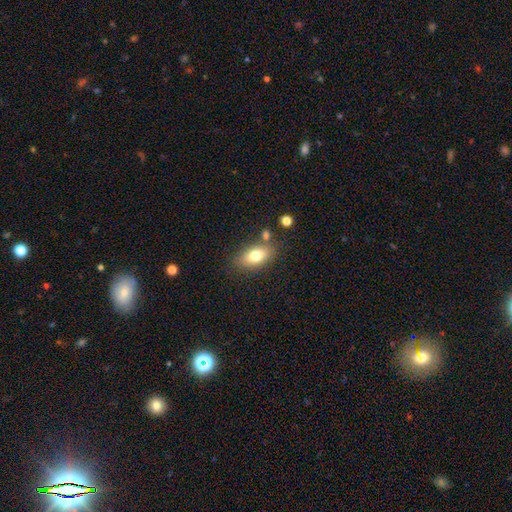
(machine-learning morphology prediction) Smooth or featured: smooth — 76% (featured or disk — 16%)
How rounded: in between — 87% (round — 7%)
Merging: none — 76% (minor disturbance — 13%)